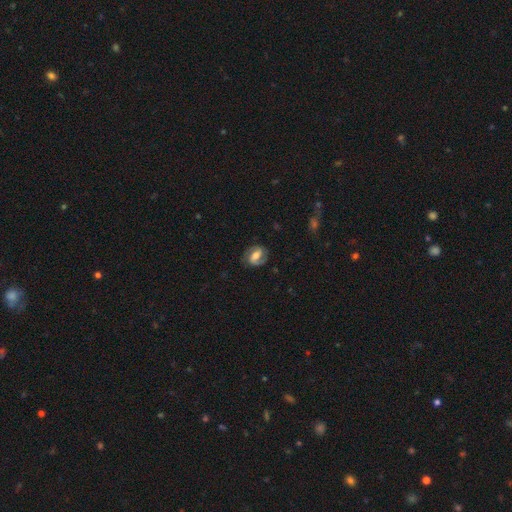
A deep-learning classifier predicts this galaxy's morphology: featured or disk 67%, smooth 26%, star or artifact 7%. Down the decision tree: edge-on disk — no (96%); bar — weak (41%); spiral arms — yes (86%); spiral arm count — 2 (84%); spiral winding — medium (46%); bulge size — moderate (62%); merging — none (77%).